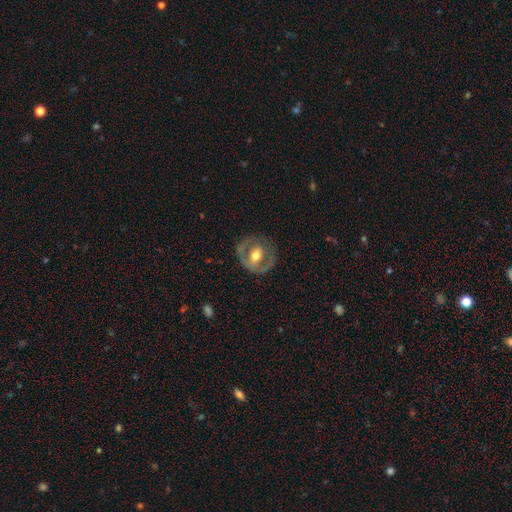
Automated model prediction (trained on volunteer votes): A featured or disk galaxy (62%) with no bar (49%), no spiral arms (66%) and a moderate central bulge (74%). Merging: none (75%).